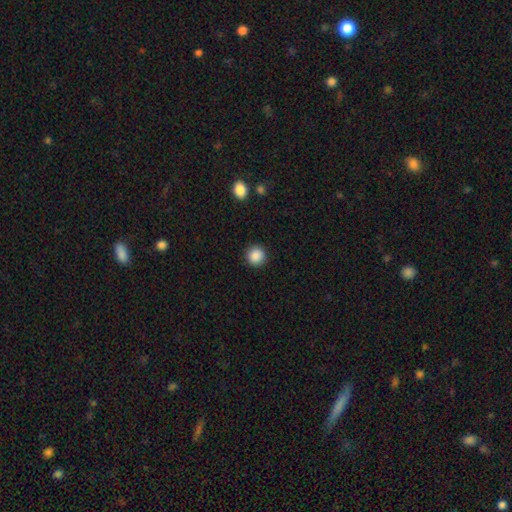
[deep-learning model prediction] A smooth galaxy with no disk features (89%) that is round (94%). Merging: none (92%).